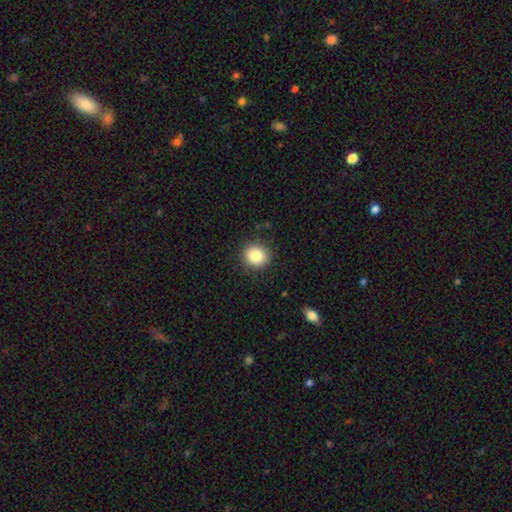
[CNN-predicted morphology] Smooth or featured: smooth — 84% (star or artifact — 10%)
How rounded: round — 88% (in between — 11%)
Merging: none — 89% (minor disturbance — 8%)